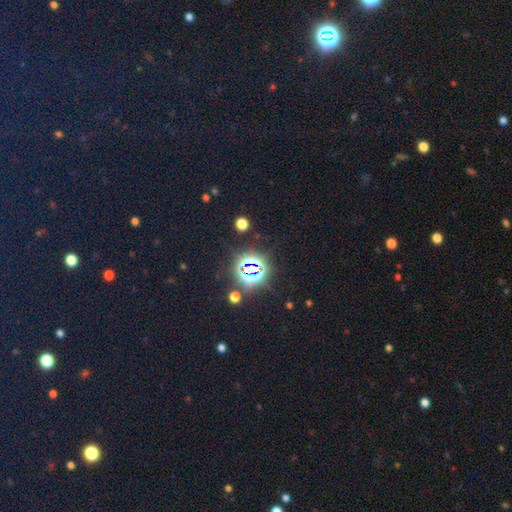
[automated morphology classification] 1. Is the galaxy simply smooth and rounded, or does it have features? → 73% star or artifact, 21% smooth, 6% featured or disk.